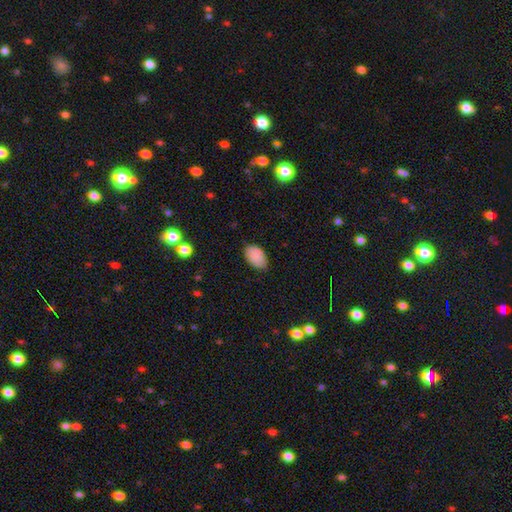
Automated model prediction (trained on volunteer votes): Smooth or featured?
  - smooth: 88% *
  - star or artifact: 8%
  - featured or disk: 4%
How rounded?
  - in between: 92% *
  - round: 7%
  - cigar-shaped: 1%
Merging?
  - none: 81% *
  - minor disturbance: 16%
  - major disturbance: 3%
  - merger: 1%